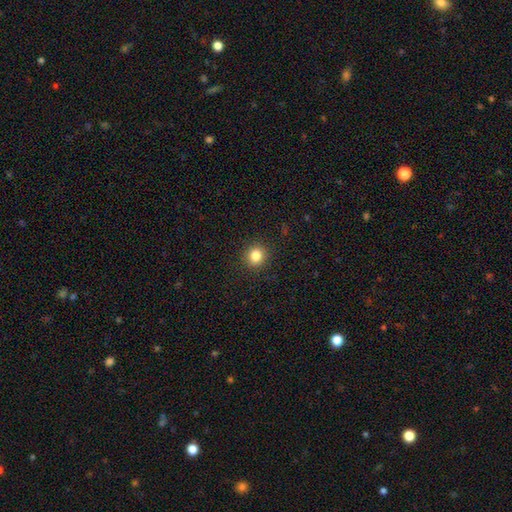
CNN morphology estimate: Overall: smooth (82%). How rounded: round (89%). Merging: none (91%).